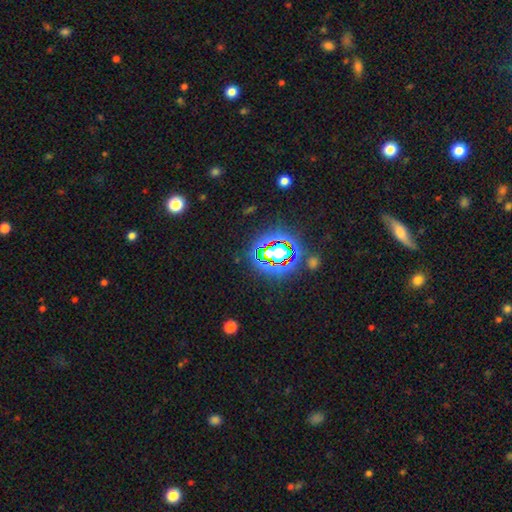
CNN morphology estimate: Smooth or featured? star or artifact (78%)